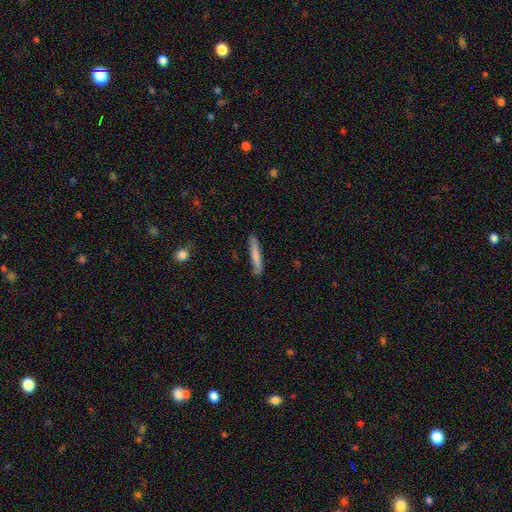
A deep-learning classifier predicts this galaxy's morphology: smooth_or_featured: smooth (p=0.74) [alt: featured or disk p=0.20]
how_rounded: cigar-shaped (p=0.93) [alt: in between p=0.05]
merging: none (p=0.83) [alt: minor disturbance p=0.13]